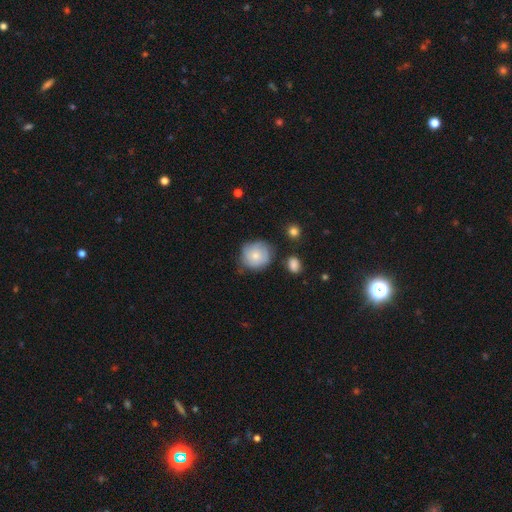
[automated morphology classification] Q: Smooth or featured?
A: smooth (69%); runner-up: featured or disk (23%)
Q: How rounded?
A: round (88%); runner-up: in between (11%)
Q: Merging?
A: none (68%); runner-up: minor disturbance (23%)